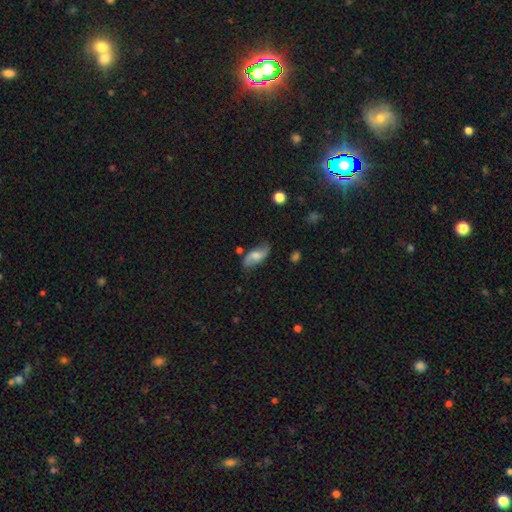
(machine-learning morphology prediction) Smooth or featured? Predicted: featured or disk (p=0.60). Edge-on disk? Predicted: no (p=0.92). Bar? Predicted: no (p=0.51). Spiral arms? Predicted: yes (p=0.91). Spiral winding? Predicted: loose (p=0.76). Spiral arm count? Predicted: 2 (p=0.90). Bulge size? Predicted: moderate (p=0.45). Merging? Predicted: none (p=0.71).